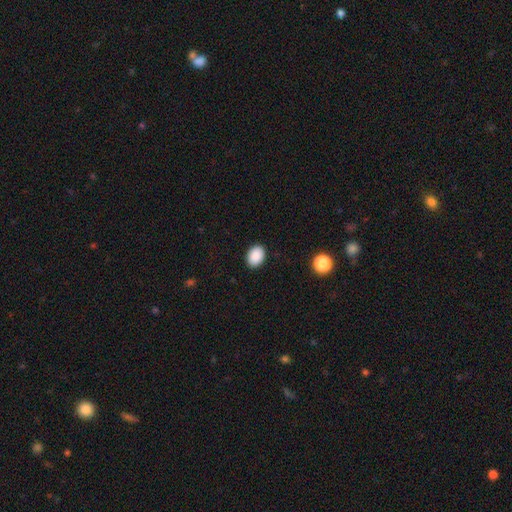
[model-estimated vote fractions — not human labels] Morphology: type=smooth (89%); roundness=in between (75%); merging=none (90%).